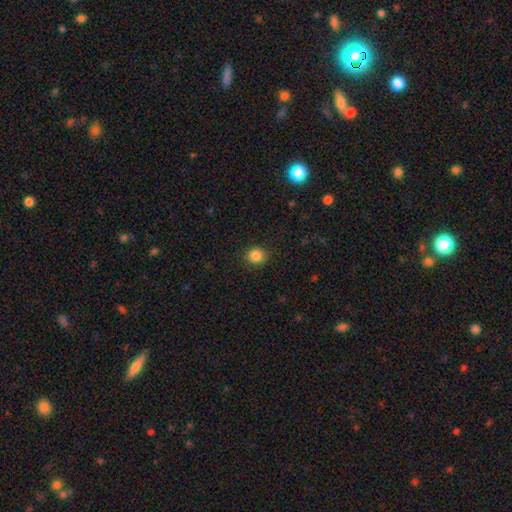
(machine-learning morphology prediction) smooth 85%, star or artifact 10%, featured or disk 4%. Down the decision tree: how rounded — round (87%); merging — none (90%).